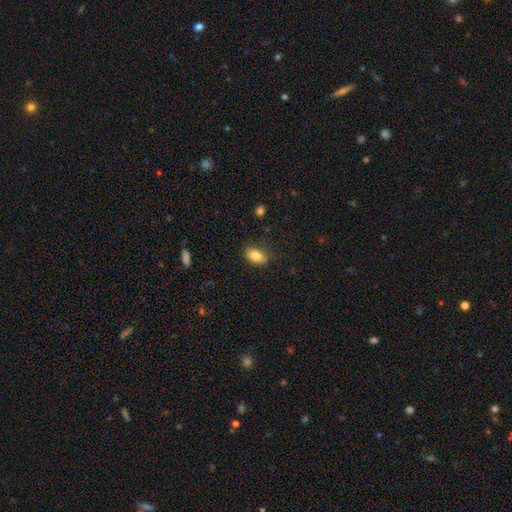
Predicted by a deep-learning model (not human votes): The model was most divided on "merging": none: 78%, minor disturbance: 17%, major disturbance: 4%, merger: 1%. More confident: how rounded — in between (87%); smooth or featured — smooth (83%).